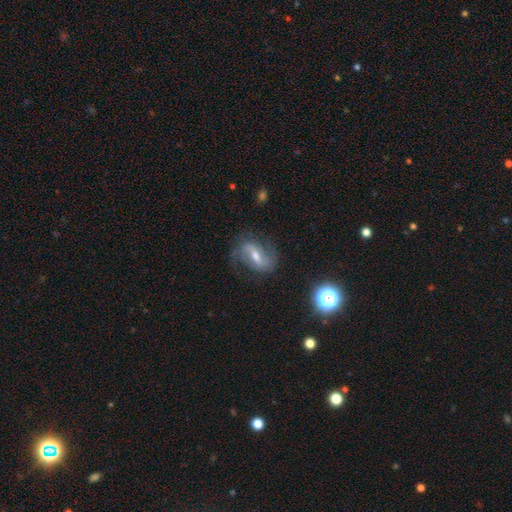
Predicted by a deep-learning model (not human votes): Morphology: type=featured or disk (77%); edge-on=no (95%); bar=weak (43%); spiral arms=yes (91%); winding=medium (43%); arm count=2 (85%); bulge=moderate (56%); merging=none (71%).